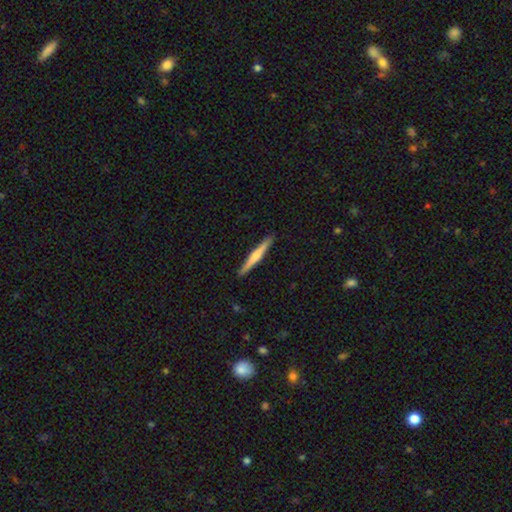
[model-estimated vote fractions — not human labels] Overall: featured or disk (56%; smooth 39%). Edge-on disk: yes (98%). Edge-on bulge: rounded (70%). Merging: none (92%).